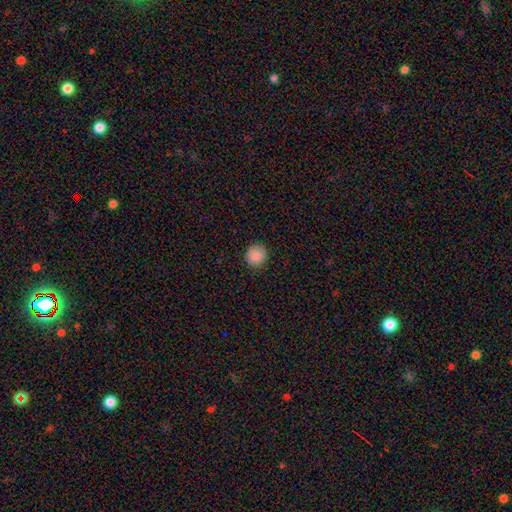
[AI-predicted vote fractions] Smooth or featured? Predicted: smooth (p=0.88). How rounded? Predicted: round (p=0.92). Merging? Predicted: none (p=0.90).